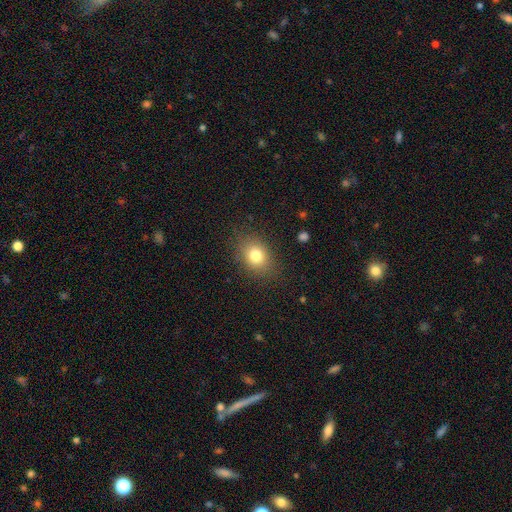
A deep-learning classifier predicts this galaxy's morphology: Overall: smooth (79%). How rounded: in between (58%; round 41%). Merging: none (84%).